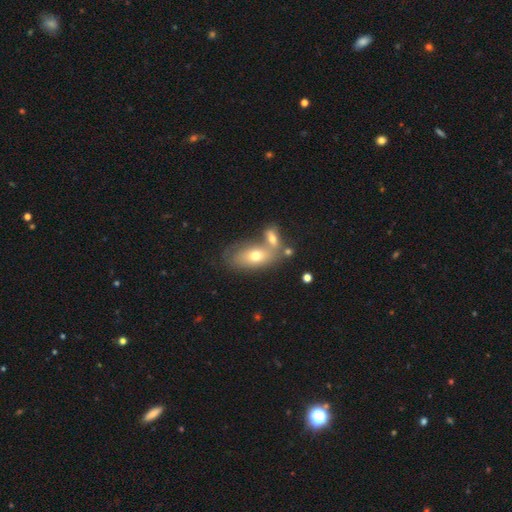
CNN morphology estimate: This is likely a smooth galaxy (64%). How rounded: clearly in between (85%). Merging: marginally merger (45%).